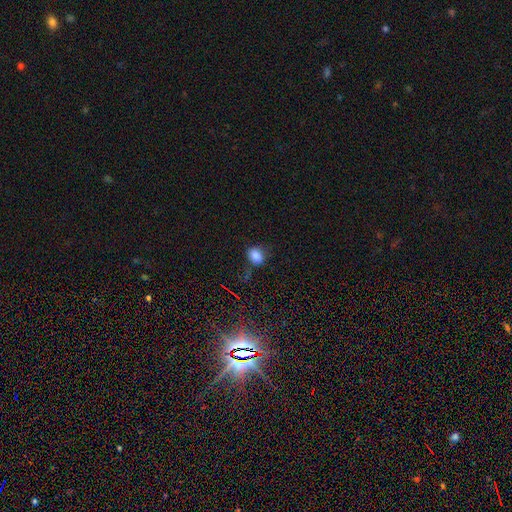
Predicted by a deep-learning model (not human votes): smooth_or_featured: smooth (p=0.81) [alt: star or artifact p=0.13]
how_rounded: in between (p=0.53) [alt: round p=0.46]
merging: none (p=0.62) [alt: minor disturbance p=0.25]